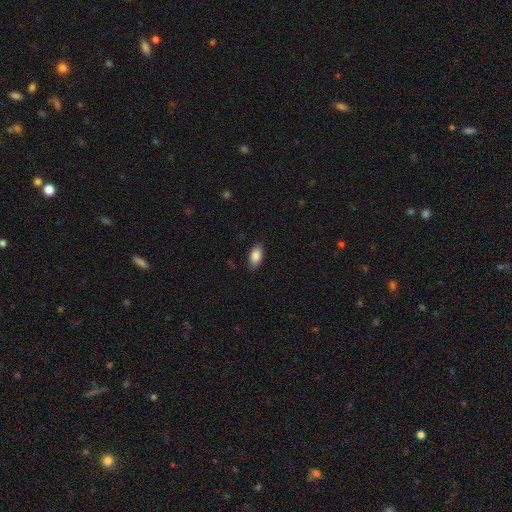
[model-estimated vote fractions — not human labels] Smooth or featured?
  - smooth: 86% *
  - star or artifact: 7%
  - featured or disk: 7%
How rounded?
  - in between: 93% *
  - round: 4%
  - cigar-shaped: 3%
Merging?
  - none: 86% *
  - minor disturbance: 11%
  - major disturbance: 2%
  - merger: 1%